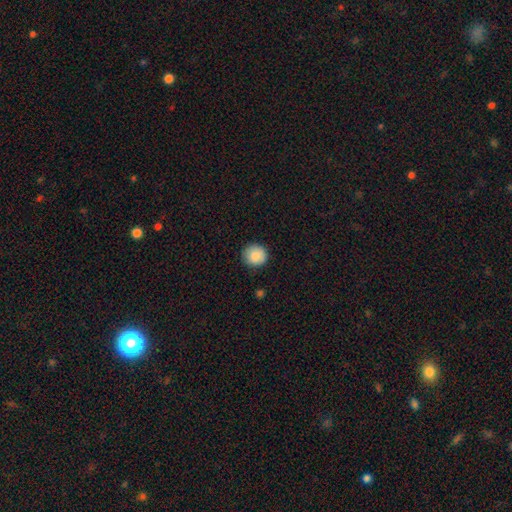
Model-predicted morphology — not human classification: A smooth galaxy with no disk features (87%) that is round (91%). Merging: none (88%).